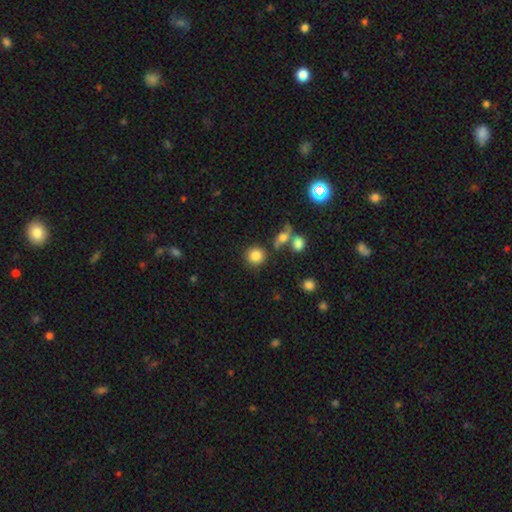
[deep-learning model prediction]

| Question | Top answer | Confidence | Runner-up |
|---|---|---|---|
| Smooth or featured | smooth | 83% | star or artifact (10%) |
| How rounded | round | 90% | in between (9%) |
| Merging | none | 79% | minor disturbance (9%) |